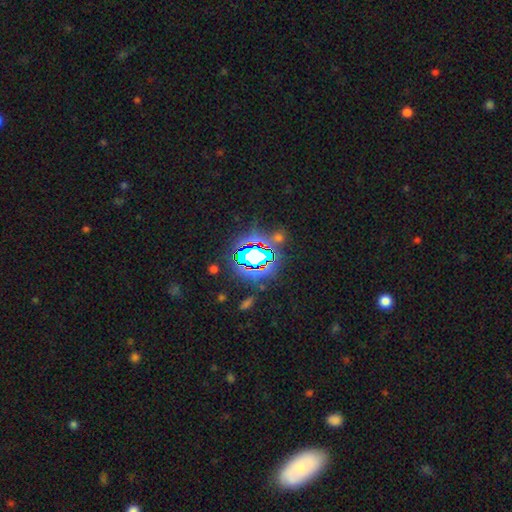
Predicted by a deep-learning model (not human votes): The model was most divided on "smooth or featured": star or artifact: 71%, smooth: 16%, featured or disk: 12%.